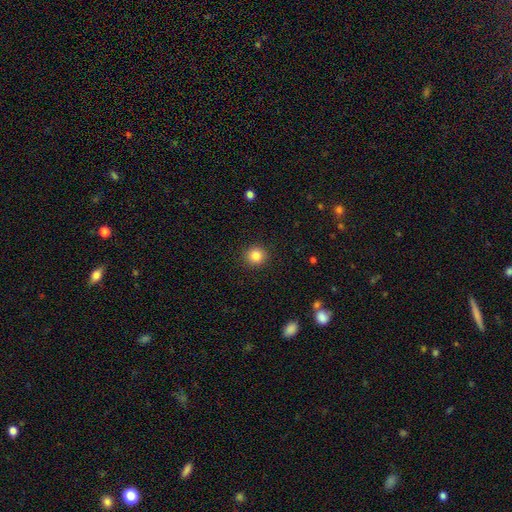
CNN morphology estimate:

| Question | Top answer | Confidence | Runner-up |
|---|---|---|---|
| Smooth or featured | smooth | 85% | star or artifact (10%) |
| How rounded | round | 90% | in between (9%) |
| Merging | none | 91% | minor disturbance (6%) |